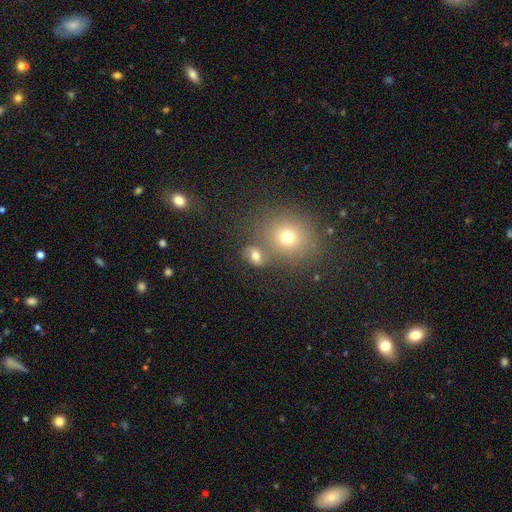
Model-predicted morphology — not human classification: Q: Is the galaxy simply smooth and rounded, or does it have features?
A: smooth — 69%.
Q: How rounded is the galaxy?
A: in between — 52%.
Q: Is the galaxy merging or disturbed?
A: none — 58%.